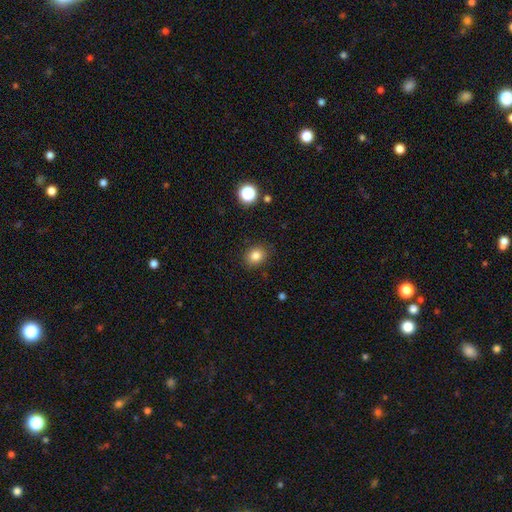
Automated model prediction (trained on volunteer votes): smooth 83%, star or artifact 11%, featured or disk 6%. Down the decision tree: how rounded — round (63%); merging — none (86%).